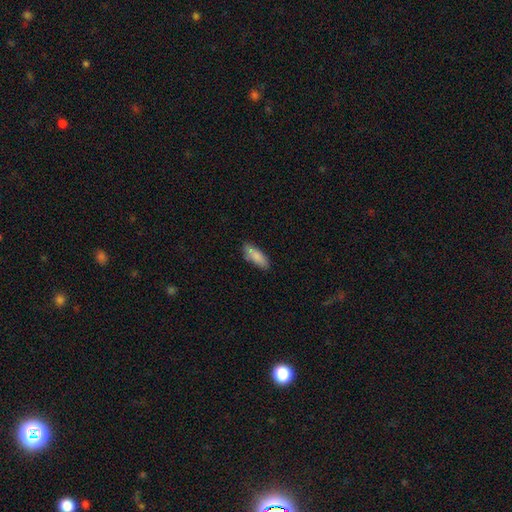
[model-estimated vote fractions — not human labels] smooth-or-featured: smooth: 82% | featured or disk: 11% | star or artifact: 7%
  how-rounded: in between: 69% | cigar-shaped: 29% | round: 2%
  merging: none: 69% | minor disturbance: 19% | merger: 8% | major disturbance: 4%